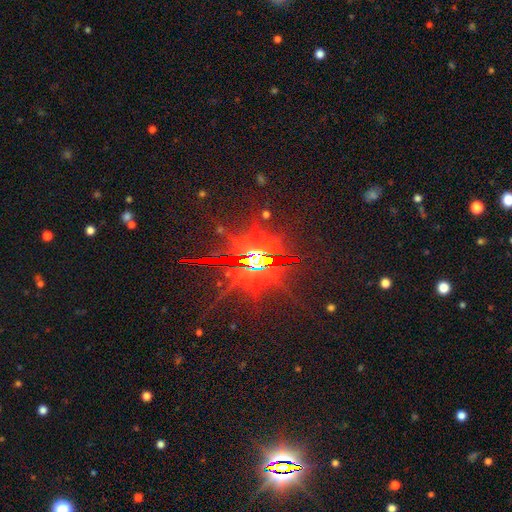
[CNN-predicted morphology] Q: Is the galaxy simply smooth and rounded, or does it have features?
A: star or artifact — 82%.